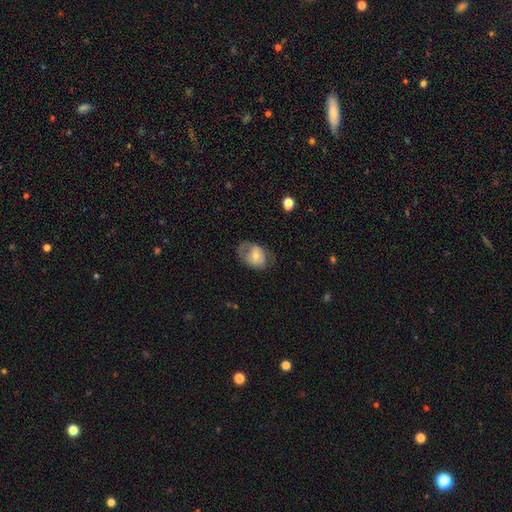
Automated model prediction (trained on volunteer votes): A smooth galaxy with no disk features (52%) that is in between round and cigar-shaped (72%). Merging: none (55%).